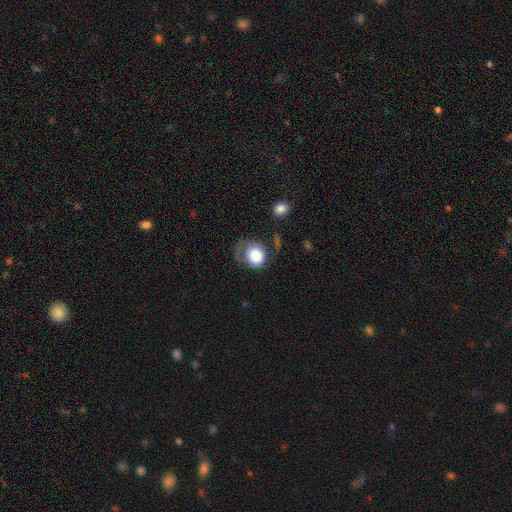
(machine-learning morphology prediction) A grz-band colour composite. It shows a smooth galaxy with no disk features (77%) that is round (74%). Merging: none (38%).